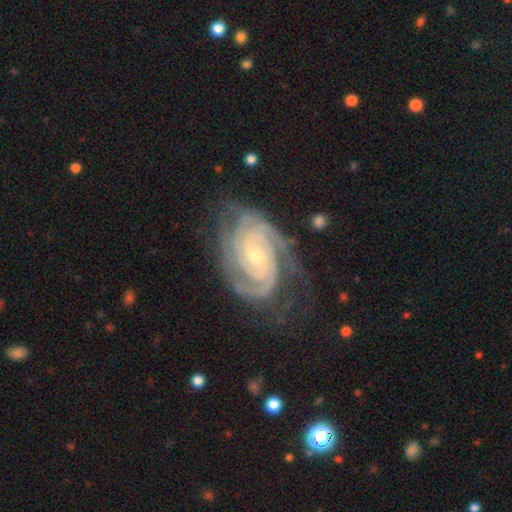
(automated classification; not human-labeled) Smooth or featured?
  - featured or disk: 92% *
  - star or artifact: 4%
  - smooth: 3%
Edge-on disk?
  - no: 97% *
  - yes: 3%
Bar?
  - no: 67% *
  - weak: 25%
  - strong: 9%
Spiral arms?
  - yes: 98% *
  - no: 2%
Spiral winding?
  - tight: 80% *
  - medium: 17%
  - loose: 2%
Spiral arm count?
  - 2: 44% *
  - 3: 23%
  - can't tell: 13%
  - 4: 9%
  - more than 4: 5%
  - 1: 5%
Bulge size?
  - small: 63% *
  - moderate: 34%
  - large: 1%
  - none: 1%
  - dominant: 1%
Merging?
  - none: 70% *
  - minor disturbance: 20%
  - major disturbance: 8%
  - merger: 1%